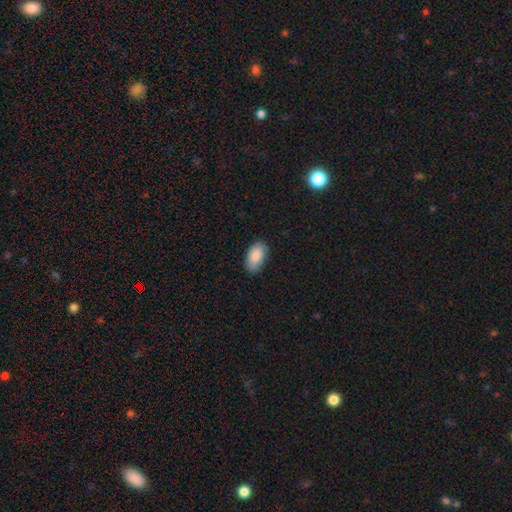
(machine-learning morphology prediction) This appears to be a smooth galaxy with no disk features (87%) that is in between round and cigar-shaped (95%). Merging: none (84%).